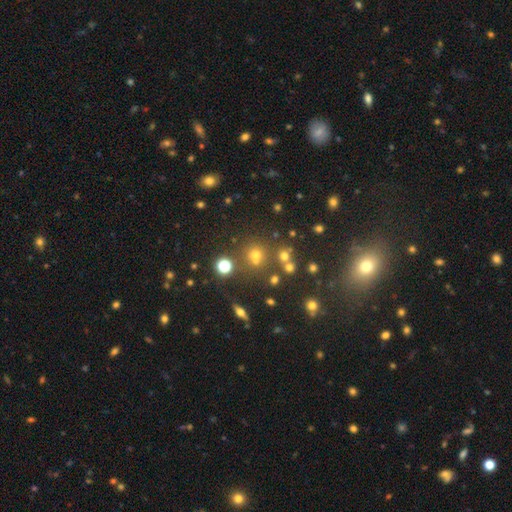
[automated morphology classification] smooth 57%, star or artifact 31%, featured or disk 11%. Down the decision tree: how rounded — round (90%); merging — none (71%).